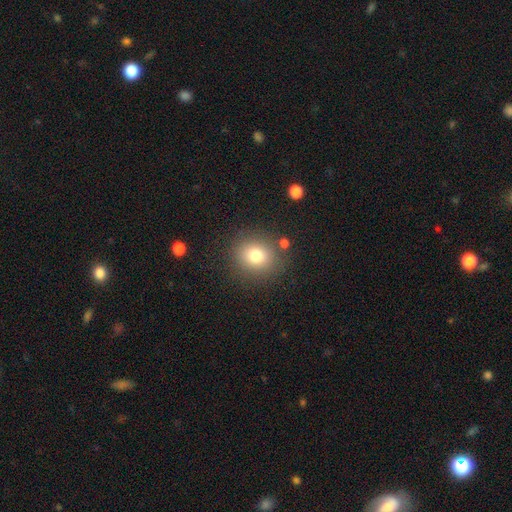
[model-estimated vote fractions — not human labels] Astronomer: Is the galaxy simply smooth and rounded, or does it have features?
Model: smooth — 77%.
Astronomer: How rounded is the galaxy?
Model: round — 80%.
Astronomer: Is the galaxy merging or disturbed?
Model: none — 84%.